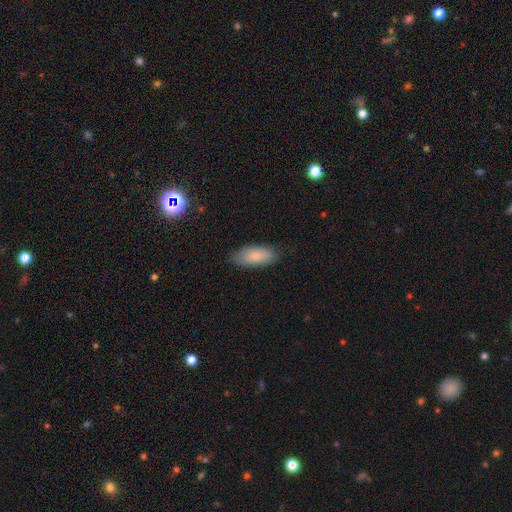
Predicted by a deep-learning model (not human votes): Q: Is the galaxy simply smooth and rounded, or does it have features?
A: smooth — 82%.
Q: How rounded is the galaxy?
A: in between — 82%.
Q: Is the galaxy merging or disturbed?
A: none — 83%.